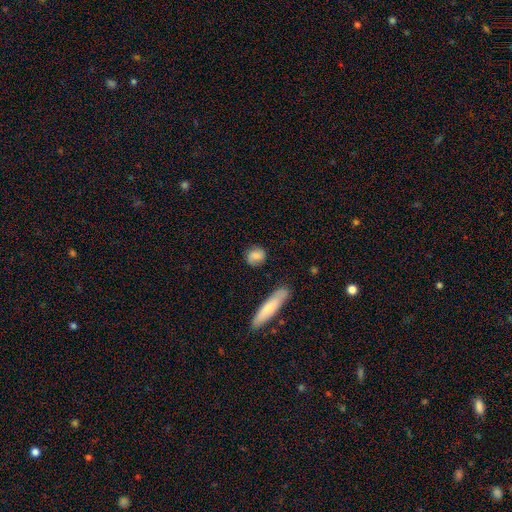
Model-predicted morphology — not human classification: Overall: smooth (77%). How rounded: round (65%; in between 29%). Merging: none (81%).